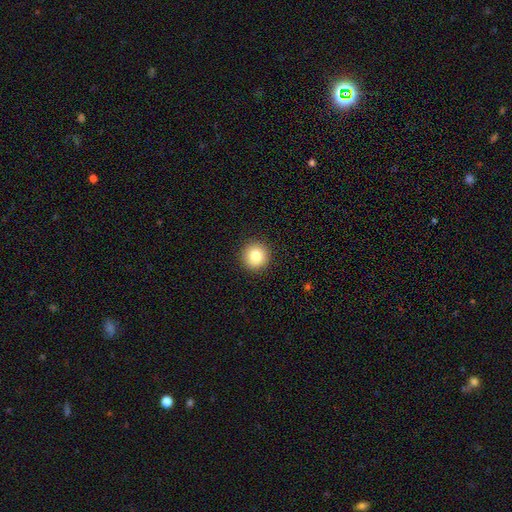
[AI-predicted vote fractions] smooth 83%, star or artifact 10%, featured or disk 8%. Down the decision tree: how rounded — round (95%); merging — none (93%).